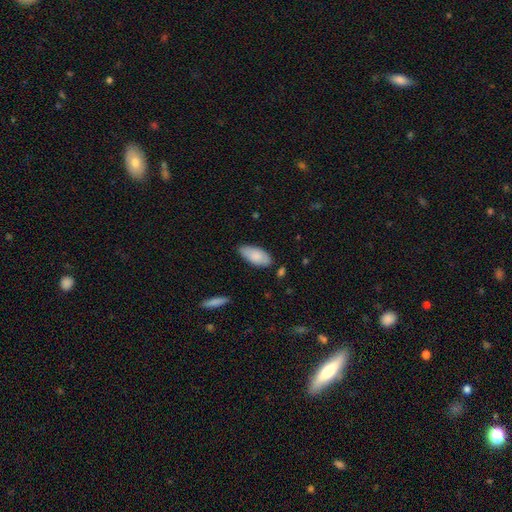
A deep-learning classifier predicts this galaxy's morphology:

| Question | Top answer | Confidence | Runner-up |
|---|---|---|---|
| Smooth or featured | smooth | 83% | featured or disk (11%) |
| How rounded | in between | 91% | cigar-shaped (7%) |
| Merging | none | 76% | minor disturbance (19%) |